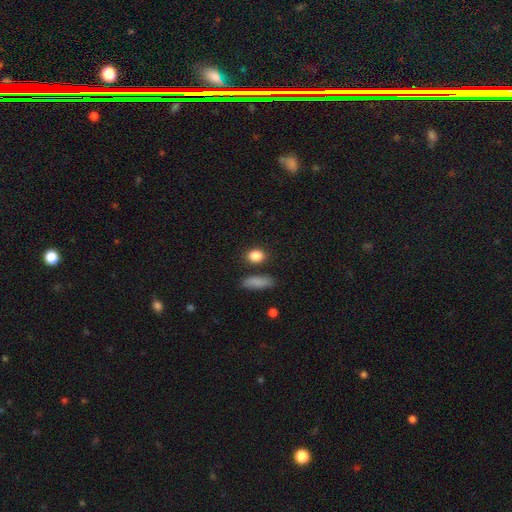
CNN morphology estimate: The model was most divided on "how rounded": in between: 57%, round: 39%, cigar-shaped: 4%. More confident: smooth or featured — smooth (87%); merging — none (80%).